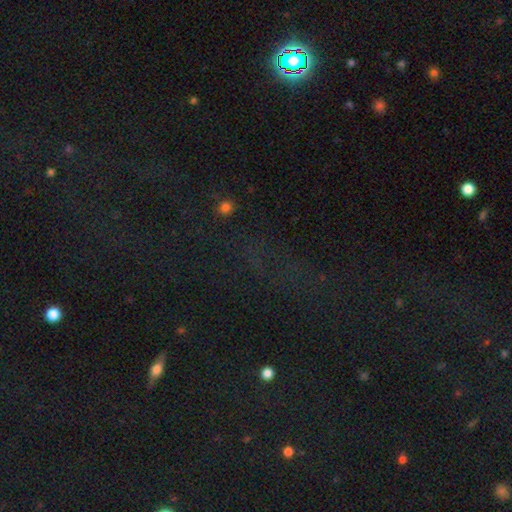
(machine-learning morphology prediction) smooth-or-featured: star or artifact: 70% | smooth: 19% | featured or disk: 11%